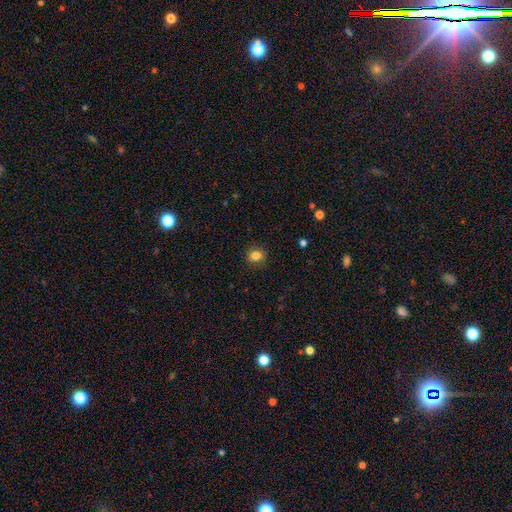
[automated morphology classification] Overall: smooth (84%). How rounded: round (54%; in between 45%). Merging: none (88%).